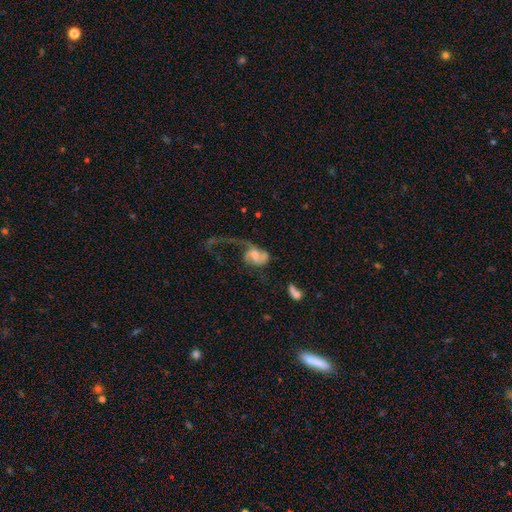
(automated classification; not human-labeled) The model was most divided on "bulge size": none: 32%, moderate: 28%, small: 22%, large: 14%, dominant: 3%. Remaining: edge-on disk — no (97%); spiral arms — yes (80%); smooth or featured — featured or disk (65%); spiral winding — loose (63%); merging — major disturbance (61%); bar — no (47%); spiral arm count — 2 (47%).